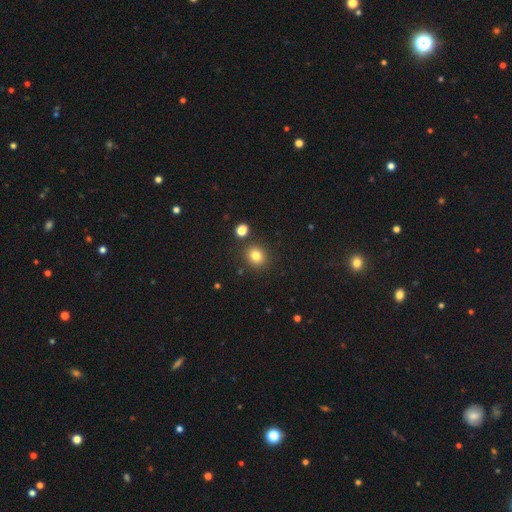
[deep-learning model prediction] The model was most divided on "how rounded": round: 77%, in between: 22%, cigar-shaped: 1%. More confident: merging — none (85%); smooth or featured — smooth (81%).